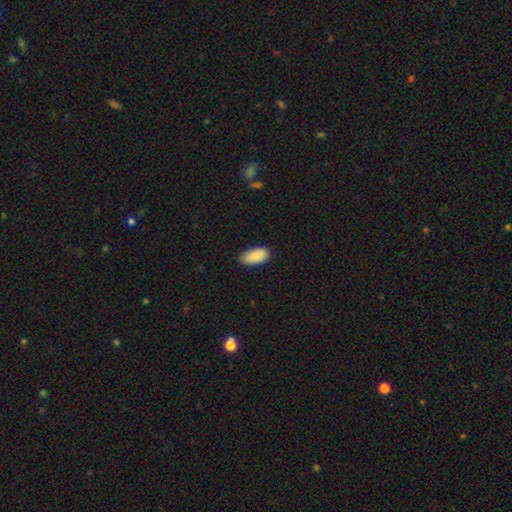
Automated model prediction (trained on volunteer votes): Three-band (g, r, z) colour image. It shows a smooth galaxy with no disk features (88%) that is in between round and cigar-shaped (94%). Merging: none (82%).